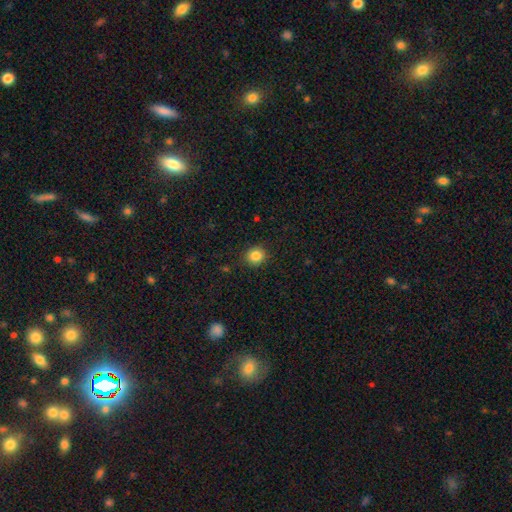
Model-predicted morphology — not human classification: Smooth or featured? Predicted: smooth (p=0.85). How rounded? Predicted: round (p=0.85). Merging? Predicted: none (p=0.89).